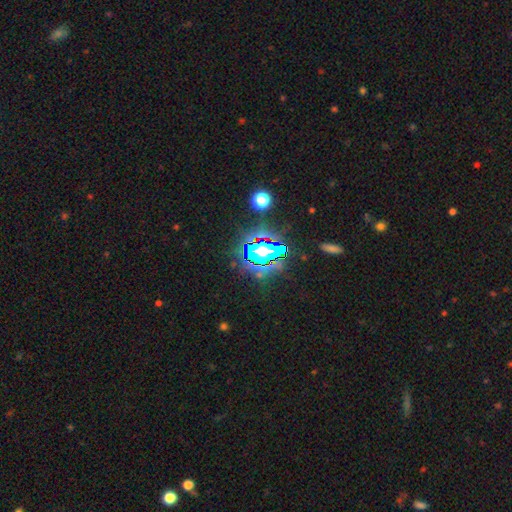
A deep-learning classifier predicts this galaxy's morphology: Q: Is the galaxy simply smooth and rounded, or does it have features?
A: star or artifact — 72%.